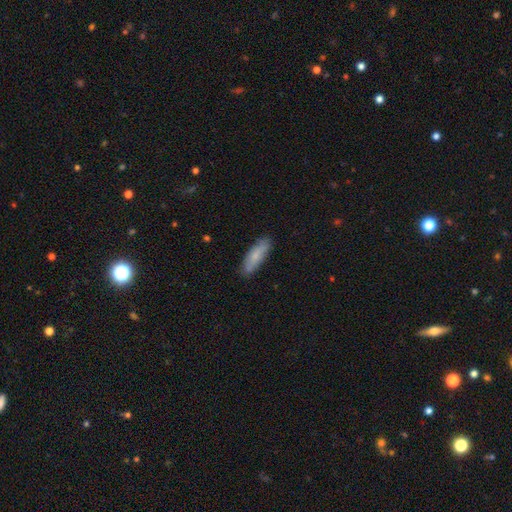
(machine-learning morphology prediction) smooth_or_featured: smooth (p=0.74) [alt: featured or disk p=0.20]
how_rounded: in between (p=0.50) [alt: cigar-shaped p=0.48]
merging: none (p=0.82) [alt: minor disturbance p=0.14]